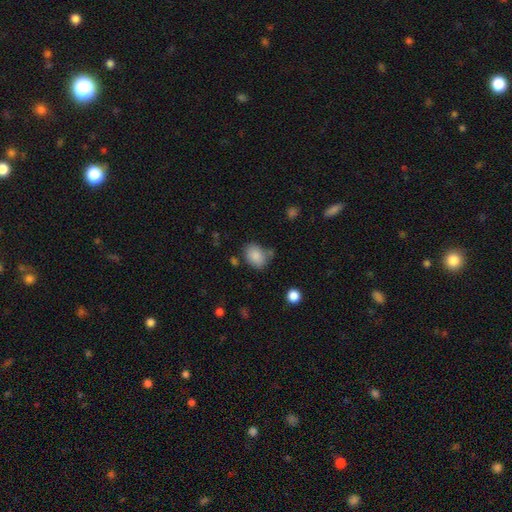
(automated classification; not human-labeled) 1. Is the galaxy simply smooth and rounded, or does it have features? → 86% smooth, 8% star or artifact, 6% featured or disk.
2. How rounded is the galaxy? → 67% in between, 32% round, 1% cigar-shaped.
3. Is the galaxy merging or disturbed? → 63% none, 22% minor disturbance, 9% merger, 6% major disturbance.